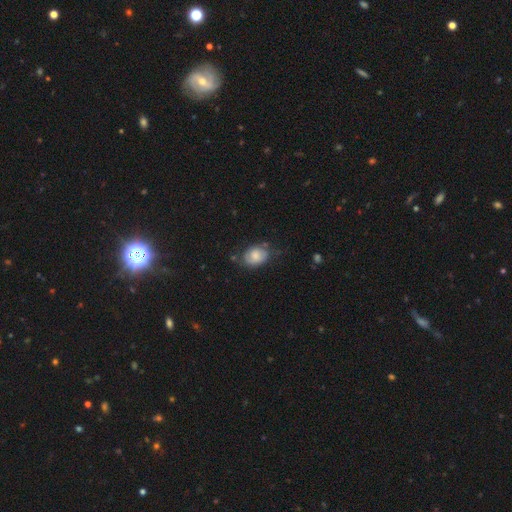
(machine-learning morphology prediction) Smooth or featured: smooth — 67% (featured or disk — 25%)
How rounded: in between — 68% (round — 31%)
Merging: none — 59% (minor disturbance — 28%)